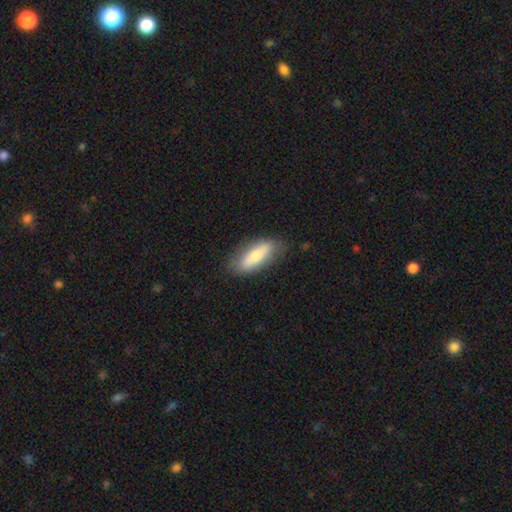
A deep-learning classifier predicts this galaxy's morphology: type=smooth (67%); roundness=in between (61%); merging=none (79%).